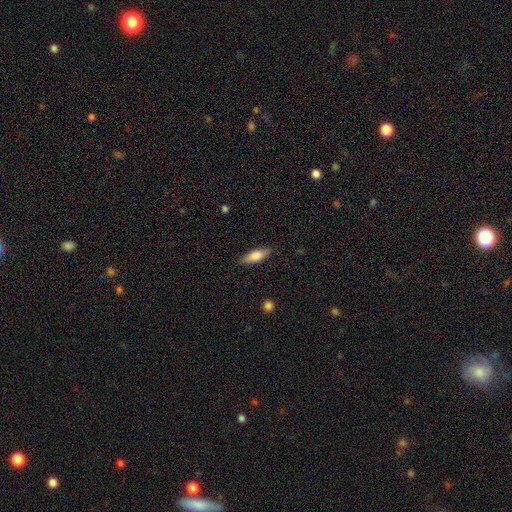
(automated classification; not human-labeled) The model was most divided on "how rounded": in between: 59%, cigar-shaped: 39%, round: 2%. More confident: merging — none (85%); smooth or featured — smooth (71%).